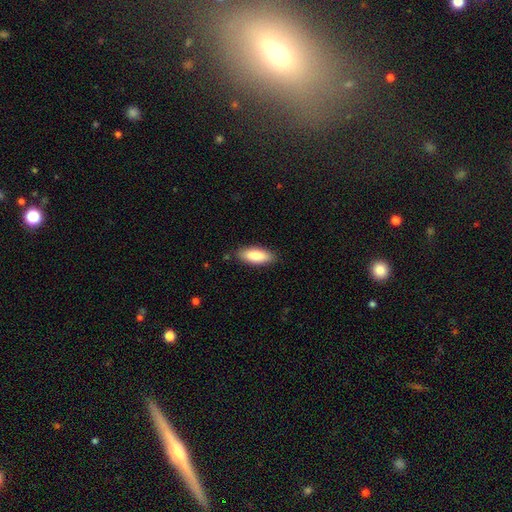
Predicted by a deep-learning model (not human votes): The model was most divided on "how rounded": in between: 75%, cigar-shaped: 23%, round: 2%. More confident: merging — none (86%); smooth or featured — smooth (86%).